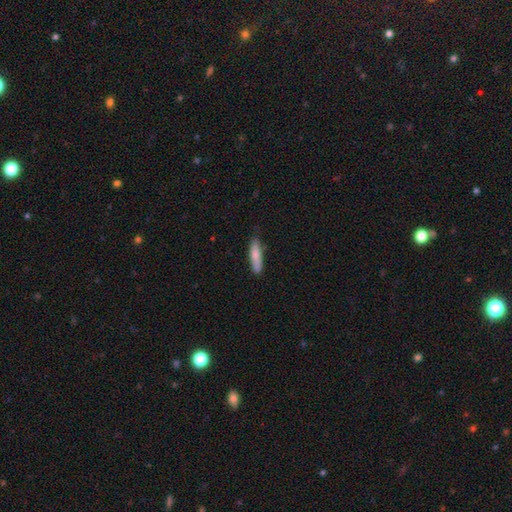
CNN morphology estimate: smooth 80%, featured or disk 14%, star or artifact 6%. Down the decision tree: how rounded — cigar-shaped (78%); merging — none (77%).